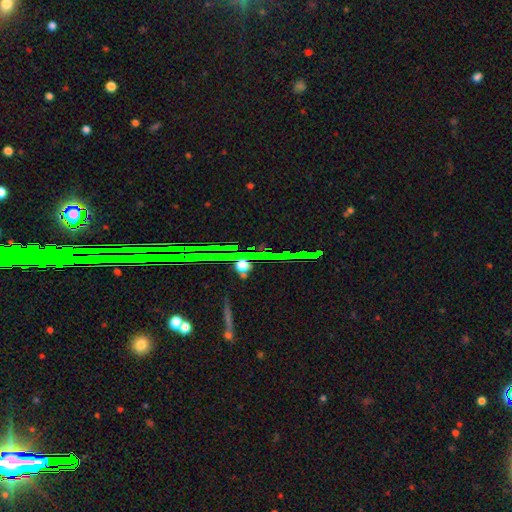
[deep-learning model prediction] This is likely a star or artifact rather than a galaxy (75%).